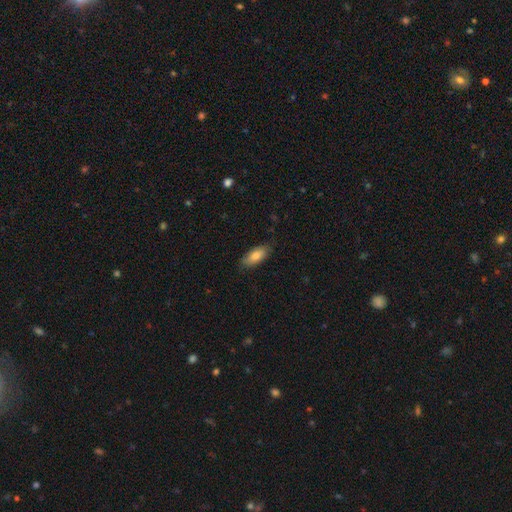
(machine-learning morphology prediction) A smooth galaxy with no disk features (80%) that is in between round and cigar-shaped (84%).

Vote fractions:
- Smooth or featured? smooth: 80% / featured or disk: 14% / star or artifact: 6%
- How rounded? in between: 84% / cigar-shaped: 14% / round: 2%
- Merging? none: 82% / minor disturbance: 14% / major disturbance: 2% / merger: 1%